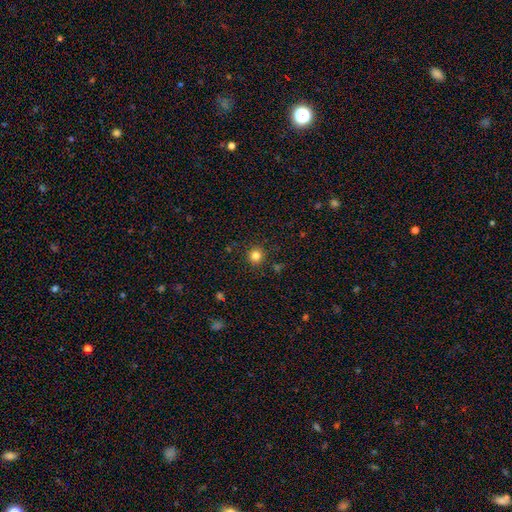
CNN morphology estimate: smooth-or-featured: smooth: 82% | star or artifact: 13% | featured or disk: 4%
  how-rounded: round: 94% | in between: 5% | cigar-shaped: 1%
  merging: none: 89% | minor disturbance: 7% | major disturbance: 2% | merger: 2%